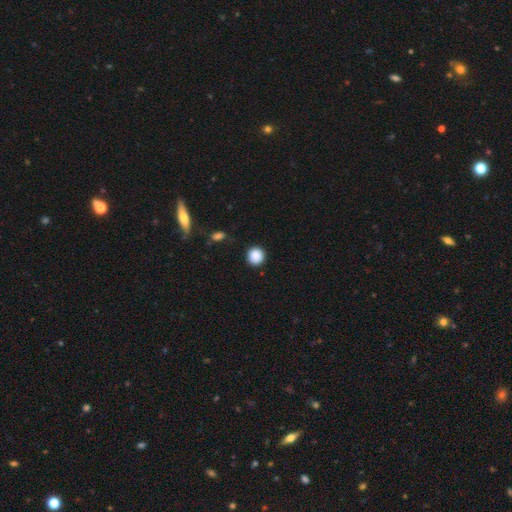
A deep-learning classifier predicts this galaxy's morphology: This is clearly a smooth galaxy (88%). How rounded: clearly round (93%). Merging: clearly none (89%).